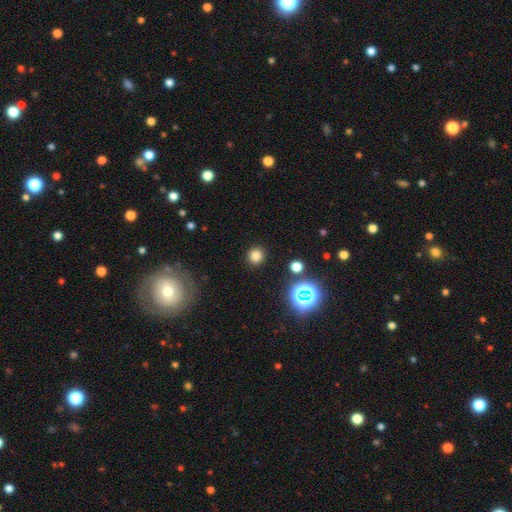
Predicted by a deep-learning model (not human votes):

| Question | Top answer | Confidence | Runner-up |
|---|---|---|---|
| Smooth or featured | smooth | 77% | star or artifact (18%) |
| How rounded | round | 91% | in between (8%) |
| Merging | none | 91% | minor disturbance (5%) |